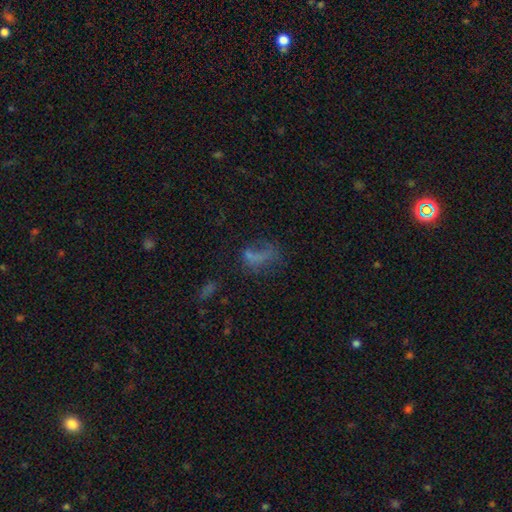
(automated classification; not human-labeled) Morphology: type=smooth (47%); merging=none (40%).